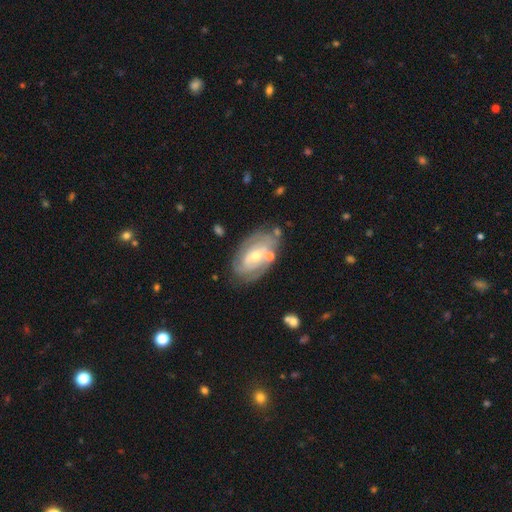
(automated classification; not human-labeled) A featured or disk galaxy (79%) with no bar (57%), tight (69%) spiral arms (82%) and a moderate central bulge (53%). Merging: none (69%).